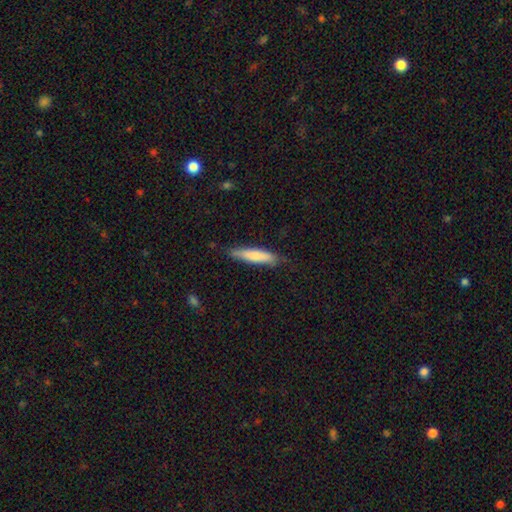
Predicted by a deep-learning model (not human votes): A smooth galaxy with no disk features (74%) that is cigar-shaped (81%).

Vote fractions:
- Smooth or featured? smooth: 74% / featured or disk: 21% / star or artifact: 5%
- How rounded? cigar-shaped: 81% / in between: 18% / round: 1%
- Merging? none: 76% / minor disturbance: 19% / major disturbance: 3% / merger: 1%